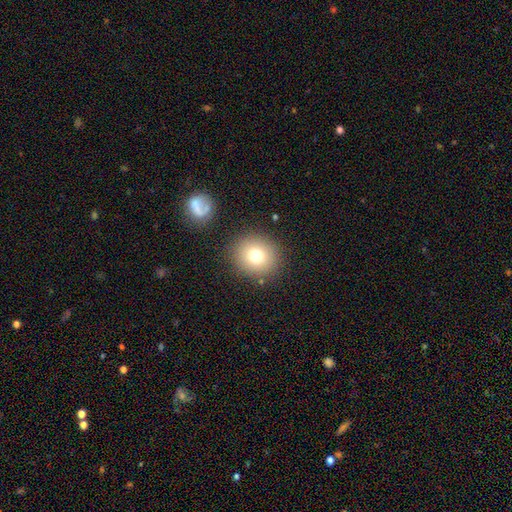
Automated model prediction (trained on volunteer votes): A smooth galaxy with no disk features (76%) that is round (87%).

Vote fractions:
- Smooth or featured? smooth: 76% / star or artifact: 12% / featured or disk: 12%
- How rounded? round: 87% / in between: 12% / cigar-shaped: 1%
- Merging? none: 86% / minor disturbance: 8% / major disturbance: 3% / merger: 3%